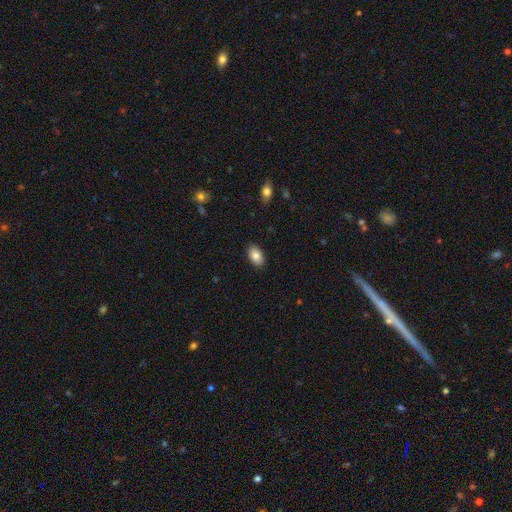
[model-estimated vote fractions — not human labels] smooth-or-featured: smooth: 84% | featured or disk: 9% | star or artifact: 7%
  how-rounded: in between: 92% | round: 6% | cigar-shaped: 1%
  merging: none: 89% | minor disturbance: 9% | major disturbance: 2% | merger: 1%